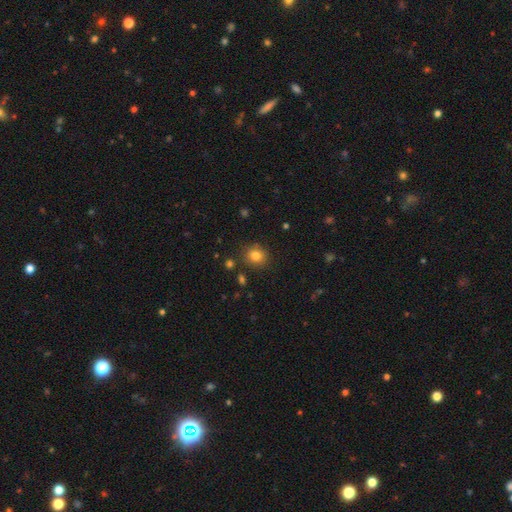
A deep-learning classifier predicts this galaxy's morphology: A smooth galaxy with no disk features (81%) that is round (78%). Merging: none (83%).